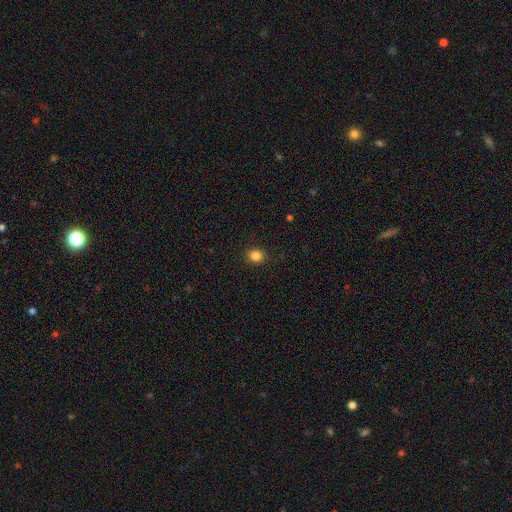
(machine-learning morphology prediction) Smooth or featured? Predicted: smooth (p=0.84). How rounded? Predicted: round (p=0.82). Merging? Predicted: none (p=0.91).